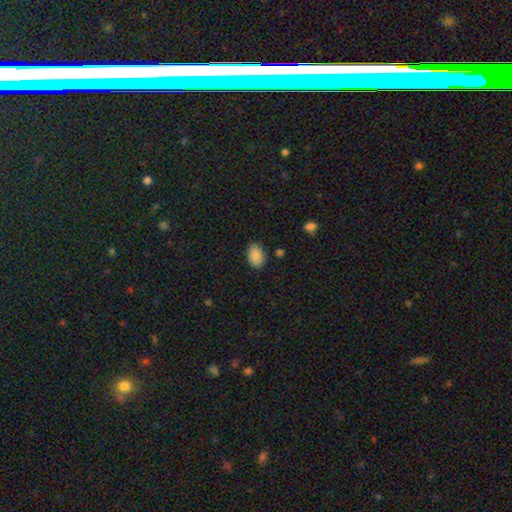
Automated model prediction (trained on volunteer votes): Smooth or featured?
  - smooth: 89% *
  - star or artifact: 8%
  - featured or disk: 4%
How rounded?
  - in between: 86% *
  - round: 13%
  - cigar-shaped: 1%
Merging?
  - none: 85% *
  - minor disturbance: 11%
  - major disturbance: 3%
  - merger: 2%